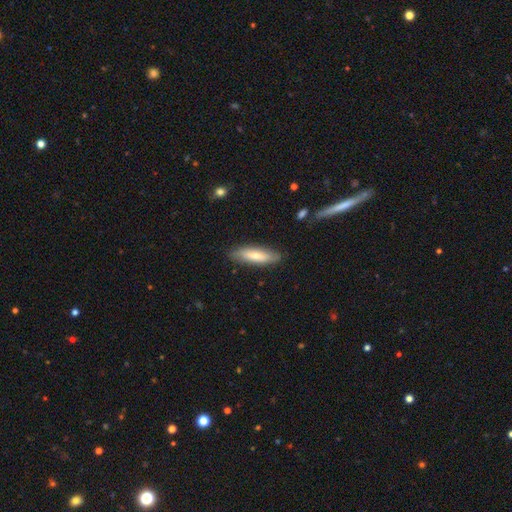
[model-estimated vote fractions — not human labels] Overall: smooth (70%). How rounded: cigar-shaped (58%; in between 40%). Merging: none (85%).